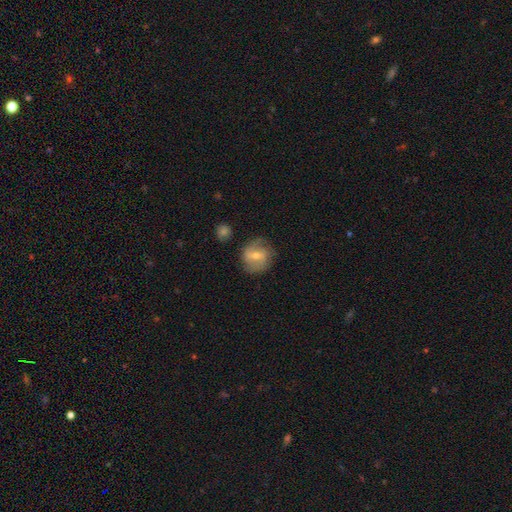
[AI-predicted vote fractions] smooth_or_featured: featured or disk (p=0.54) [alt: smooth p=0.39]
disk_edge_on: no (p=0.95) [alt: yes p=0.05]
bar: weak (p=0.52) [alt: strong p=0.28]
has_spiral_arms: yes (p=0.73) [alt: no p=0.27]
bulge_size: moderate (p=0.58) [alt: small p=0.35]
merging: none (p=0.72) [alt: minor disturbance p=0.18]